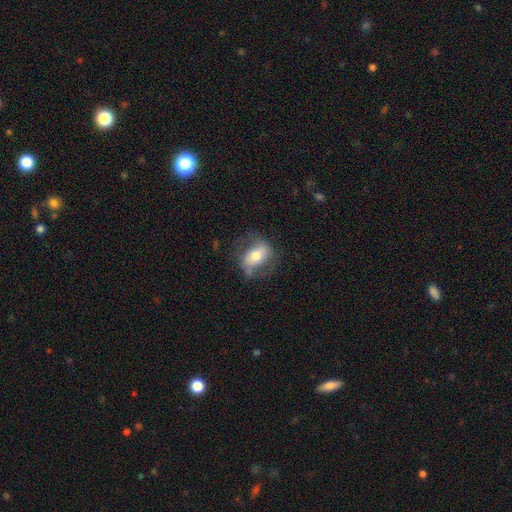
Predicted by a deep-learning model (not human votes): This is possibly a smooth galaxy (47%). Merging: likely none (63%).